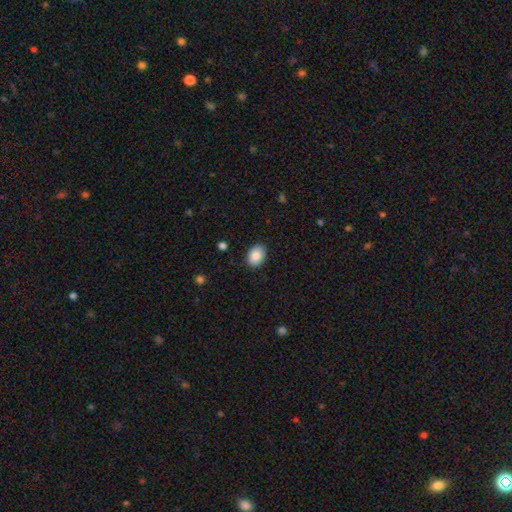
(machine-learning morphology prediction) Smooth or featured? smooth (88%)
How rounded? in between (76%)
Merging? none (88%)